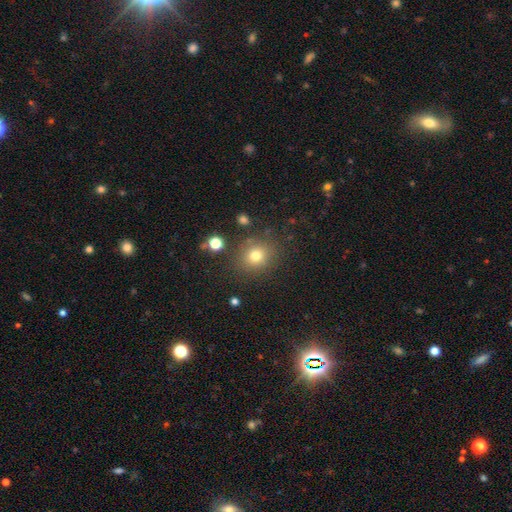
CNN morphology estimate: Smooth or featured?
  - smooth: 74% *
  - star or artifact: 16%
  - featured or disk: 9%
How rounded?
  - round: 80% *
  - in between: 19%
  - cigar-shaped: 1%
Merging?
  - none: 83% *
  - minor disturbance: 10%
  - major disturbance: 4%
  - merger: 3%